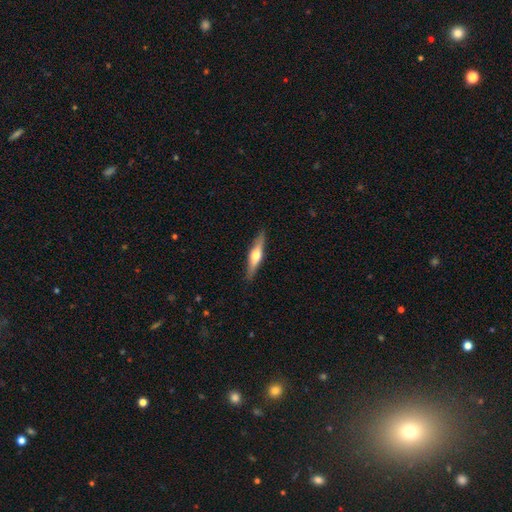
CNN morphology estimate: Smooth or featured? Predicted: featured or disk (p=0.59). Edge-on disk? Predicted: yes (p=0.95). Edge-on bulge? Predicted: rounded (p=0.93). Merging? Predicted: none (p=0.89).